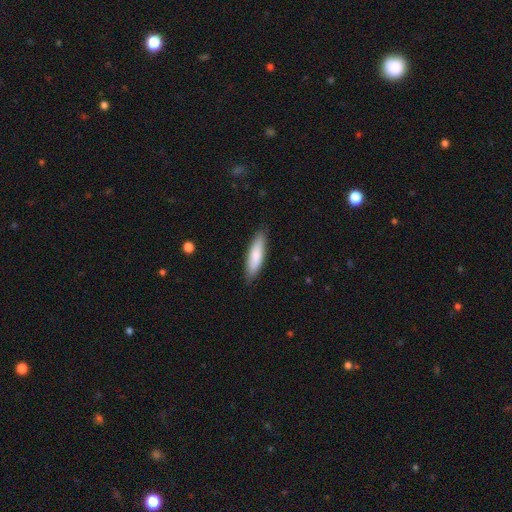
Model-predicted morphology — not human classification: This is clearly a smooth galaxy (81%). How rounded: likely cigar-shaped (66%). Merging: clearly none (86%).